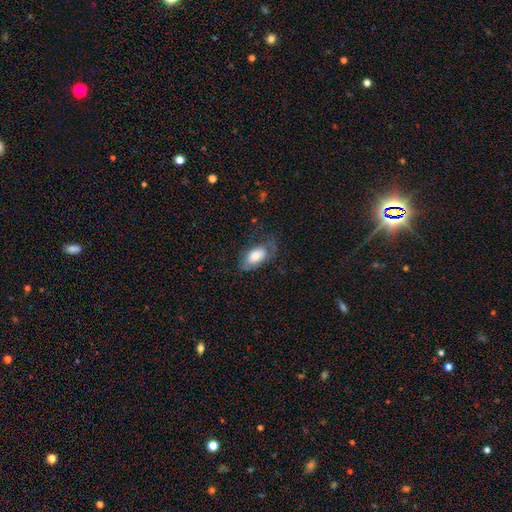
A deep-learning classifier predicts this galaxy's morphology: smooth_or_featured: smooth (p=0.73) [alt: featured or disk p=0.20]
how_rounded: in between (p=0.92) [alt: cigar-shaped p=0.04]
merging: none (p=0.55) [alt: minor disturbance p=0.28]